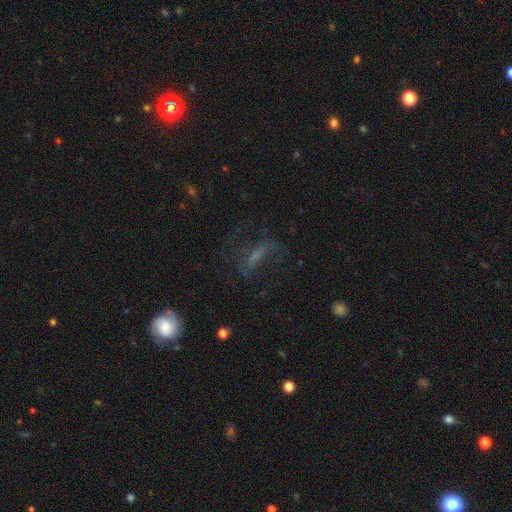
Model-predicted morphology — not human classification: featured or disk 44%, smooth 32%, star or artifact 23%. Down the decision tree: merging — none (53%).